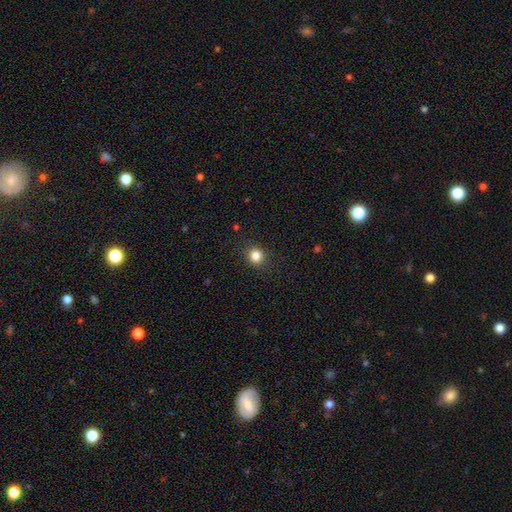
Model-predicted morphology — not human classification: Q: Smooth or featured?
A: smooth (84%); runner-up: star or artifact (12%)
Q: How rounded?
A: round (88%); runner-up: in between (11%)
Q: Merging?
A: none (90%); runner-up: minor disturbance (6%)